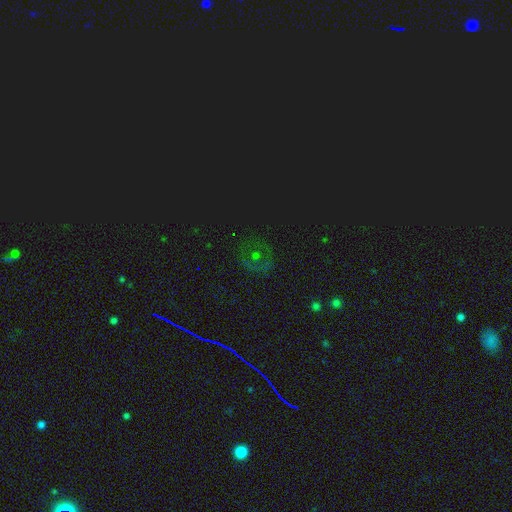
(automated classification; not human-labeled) Smooth or featured? Predicted: star or artifact (p=0.51).